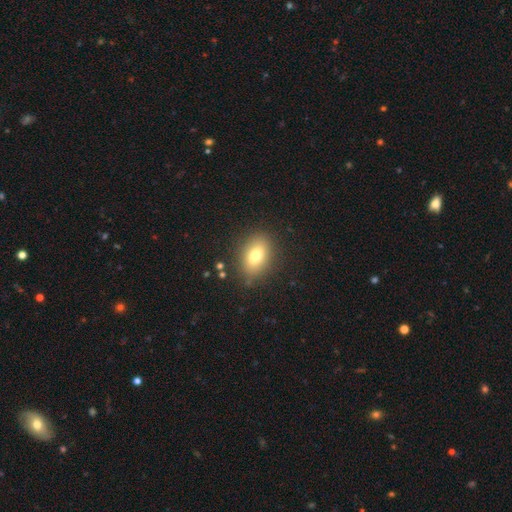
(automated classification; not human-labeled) smooth 76%, featured or disk 14%, star or artifact 10%. Down the decision tree: how rounded — in between (79%); merging — none (85%).